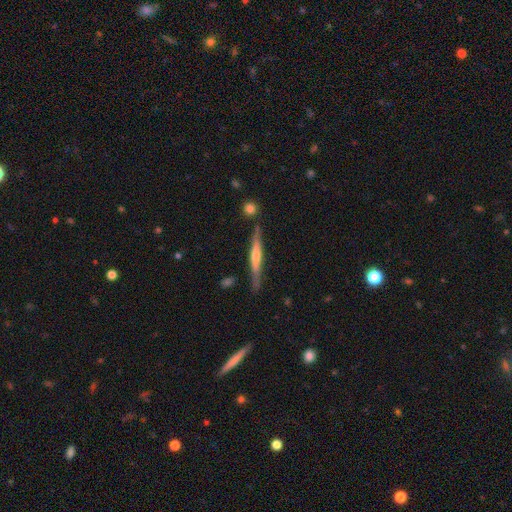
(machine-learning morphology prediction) A featured or disk galaxy (68%) viewed edge-on (97%) with a rounded central bulge (63%).

Vote fractions:
- Smooth or featured? featured or disk: 68% / smooth: 26% / star or artifact: 6%
- Edge-on disk? yes: 97% / no: 3%
- Edge-on bulge? rounded: 63% / none: 22% / boxy: 15%
- Merging? none: 83% / minor disturbance: 12% / merger: 3% / major disturbance: 2%